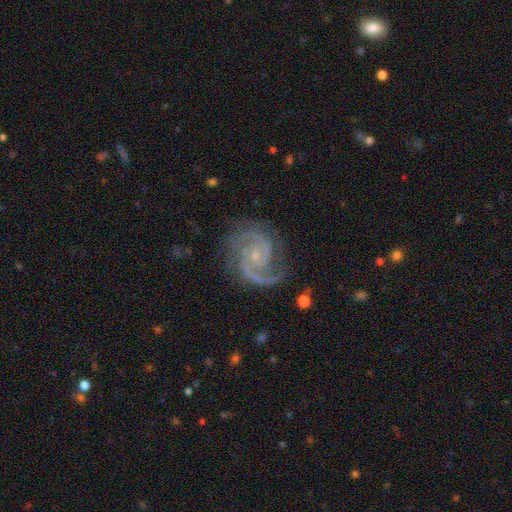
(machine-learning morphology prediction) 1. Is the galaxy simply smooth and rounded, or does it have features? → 93% featured or disk, 4% star or artifact, 2% smooth.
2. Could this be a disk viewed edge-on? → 98% no, 2% yes.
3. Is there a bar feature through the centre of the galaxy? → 65% no, 27% weak, 8% strong.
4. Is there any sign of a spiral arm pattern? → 99% yes, 1% no.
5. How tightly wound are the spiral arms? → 50% tight, 45% medium, 5% loose.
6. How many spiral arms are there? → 83% 2, 8% 3, 3% can't tell, 2% 4, 2% 1, 2% more than 4.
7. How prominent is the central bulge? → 79% small, 14% moderate, 5% none, 1% large, 1% dominant.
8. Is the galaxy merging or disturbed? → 78% none, 16% minor disturbance, 5% major disturbance, 1% merger.